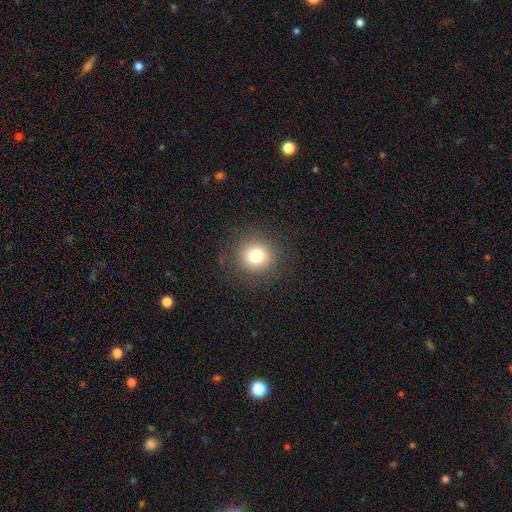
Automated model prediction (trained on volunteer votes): Morphology: type=smooth (79%); roundness=round (93%); merging=none (89%).